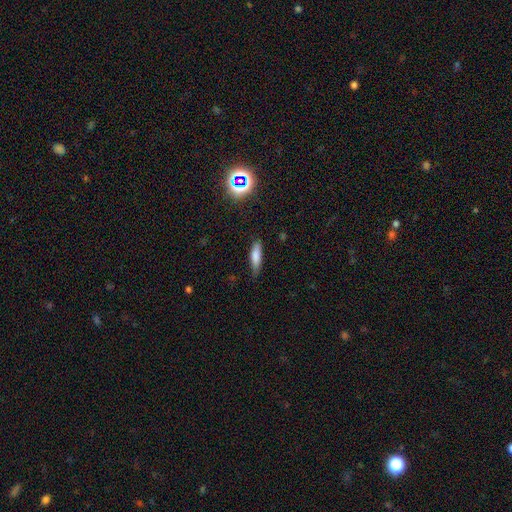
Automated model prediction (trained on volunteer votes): The model was most divided on "how rounded": cigar-shaped: 62%, in between: 36%, round: 2%. More confident: smooth or featured — smooth (78%); merging — none (73%).